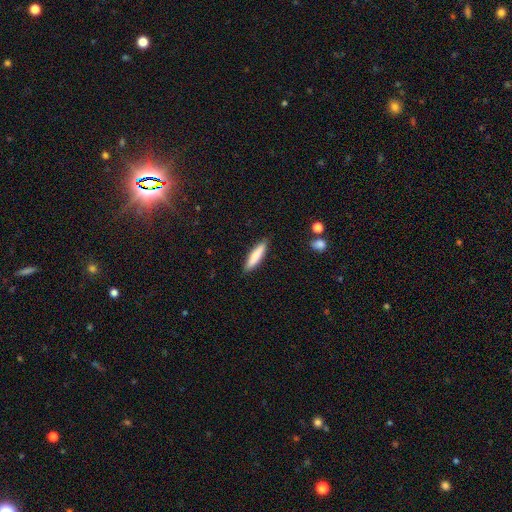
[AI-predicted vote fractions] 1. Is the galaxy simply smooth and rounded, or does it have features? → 80% smooth, 14% featured or disk, 6% star or artifact.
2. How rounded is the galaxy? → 80% cigar-shaped, 19% in between, 1% round.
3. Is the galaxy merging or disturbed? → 88% none, 9% minor disturbance, 2% major disturbance, 1% merger.